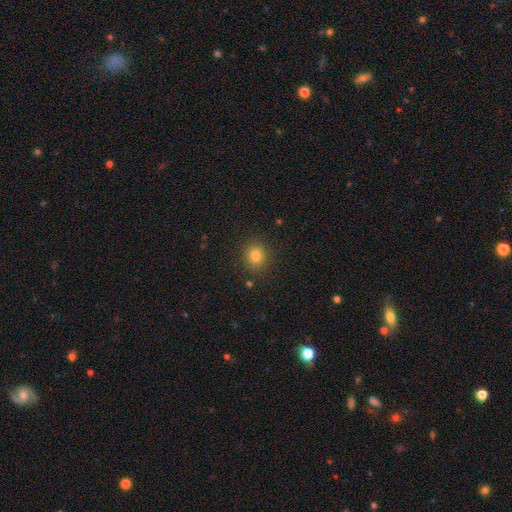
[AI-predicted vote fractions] smooth 81%, star or artifact 13%, featured or disk 6%. Down the decision tree: how rounded — round (76%); merging — none (88%).